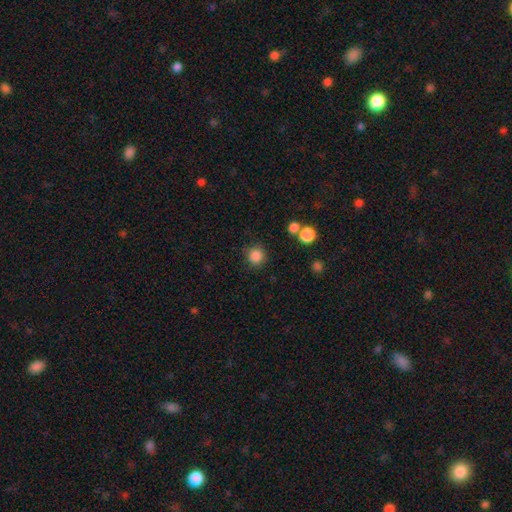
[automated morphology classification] Smooth or featured: smooth — 85% (star or artifact — 11%)
How rounded: round — 92% (in between — 7%)
Merging: none — 84% (minor disturbance — 9%)